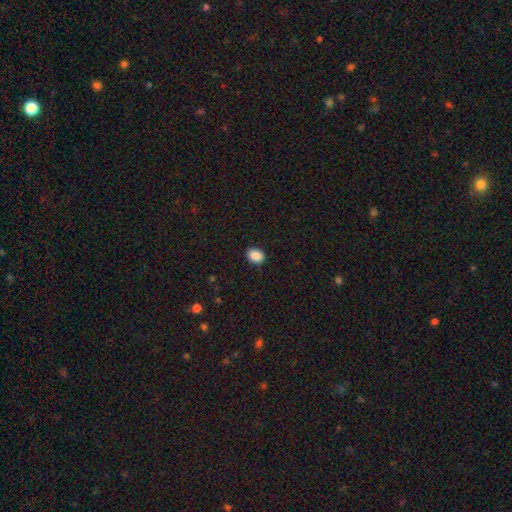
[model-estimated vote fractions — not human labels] Morphology: type=smooth (89%); roundness=in between (56%); merging=none (87%).